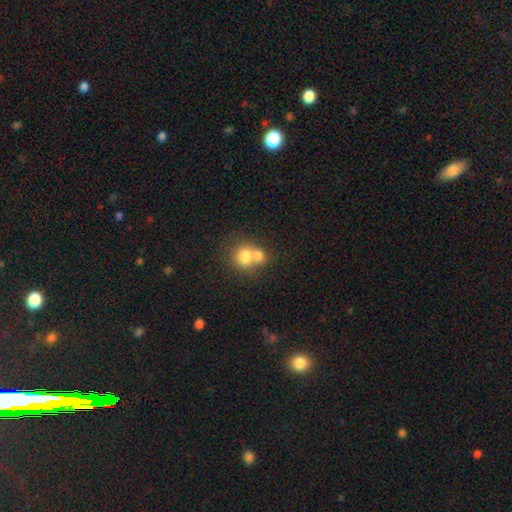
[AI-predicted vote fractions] The model was most divided on "merging": merger: 57%, none: 33%, minor disturbance: 6%, major disturbance: 3%. More confident: how rounded — round (79%); smooth or featured — smooth (72%).